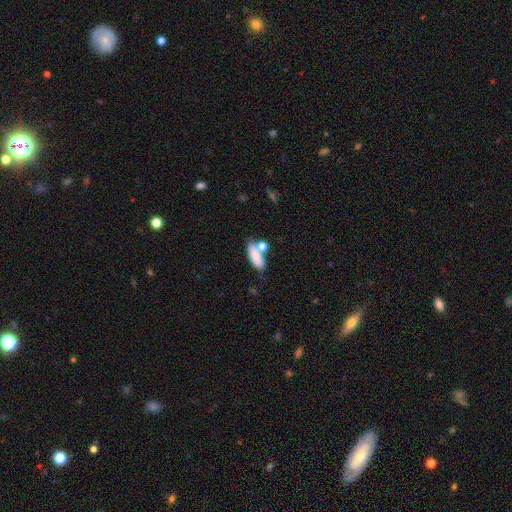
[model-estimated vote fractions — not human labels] Smooth or featured?
  - smooth: 81% *
  - featured or disk: 11%
  - star or artifact: 7%
How rounded?
  - in between: 72% *
  - cigar-shaped: 23%
  - round: 4%
Merging?
  - none: 52% *
  - merger: 27%
  - minor disturbance: 15%
  - major disturbance: 6%